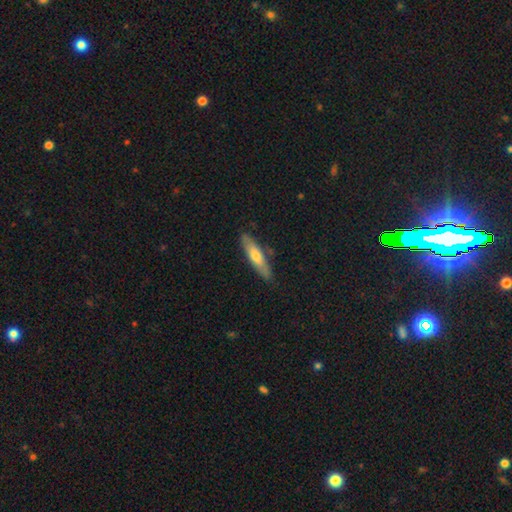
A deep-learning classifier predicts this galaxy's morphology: Smooth or featured?
  - smooth: 59% *
  - featured or disk: 35%
  - star or artifact: 5%
How rounded?
  - cigar-shaped: 75% *
  - in between: 23%
  - round: 2%
Merging?
  - none: 84% *
  - minor disturbance: 12%
  - major disturbance: 2%
  - merger: 2%